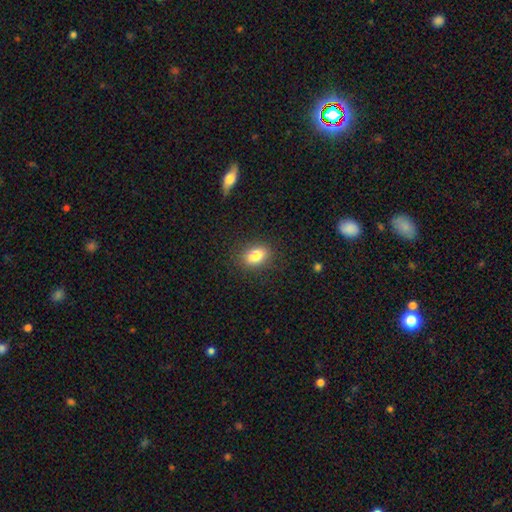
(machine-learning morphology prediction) Smooth or featured: smooth — 83% (star or artifact — 9%)
How rounded: in between — 82% (round — 16%)
Merging: none — 85% (minor disturbance — 10%)